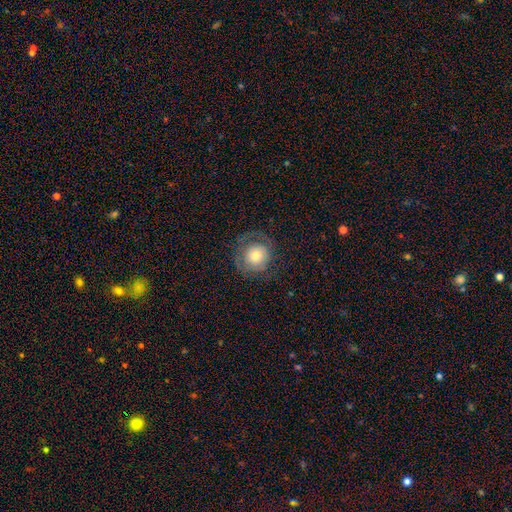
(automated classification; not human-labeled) This appears to be a smooth galaxy with no disk features (57%) that is round (90%). Merging: none (68%).